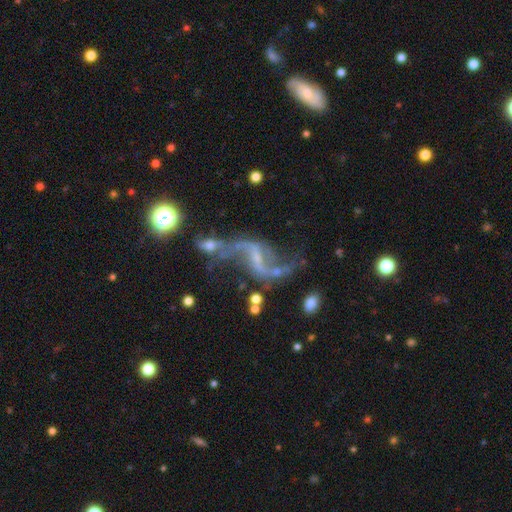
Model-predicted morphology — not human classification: A featured or disk galaxy (87%) with a weak bar (44%), 2 (92%) loose (91%) spiral arms (93%) and a small central bulge (49%).

Vote fractions:
- Smooth or featured? featured or disk: 87% / star or artifact: 8% / smooth: 5%
- Edge-on disk? no: 96% / yes: 4%
- Bar? weak: 44% / strong: 32% / no: 24%
- Spiral arms? yes: 93% / no: 7%
- Spiral winding? loose: 91% / medium: 7% / tight: 2%
- Spiral arm count? 2: 92% / 1: 2% / can't tell: 2% / 3: 1% / 4: 1% / more than 4: 1%
- Bulge size? small: 49% / none: 38% / moderate: 10% / large: 1% / dominant: 1%
- Merging? none: 43% / merger: 23% / major disturbance: 17% / minor disturbance: 17%